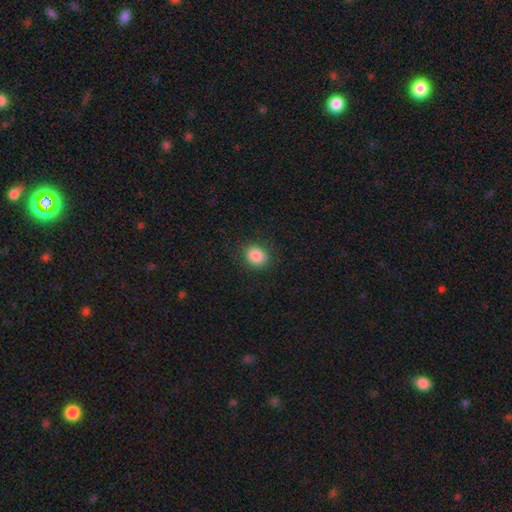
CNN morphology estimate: A smooth galaxy with no disk features (86%) that is round (72%).

Vote fractions:
- Smooth or featured? smooth: 86% / star or artifact: 9% / featured or disk: 5%
- How rounded? round: 72% / in between: 27% / cigar-shaped: 1%
- Merging? none: 88% / minor disturbance: 9% / major disturbance: 3% / merger: 1%